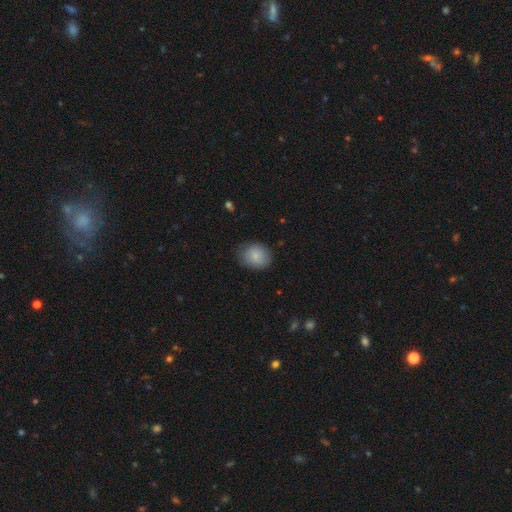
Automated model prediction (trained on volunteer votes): Smooth or featured? Predicted: smooth (p=0.86). How rounded? Predicted: round (p=0.60). Merging? Predicted: none (p=0.78).